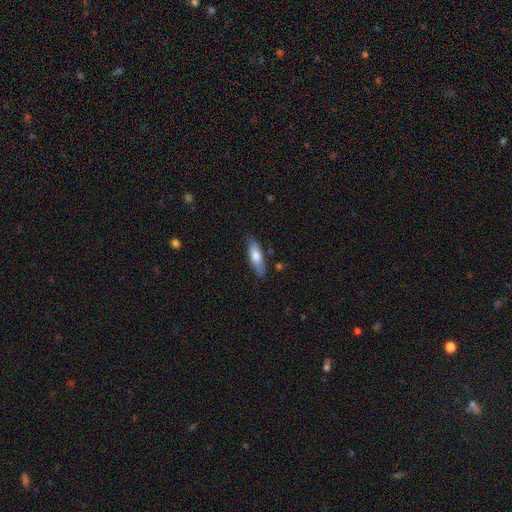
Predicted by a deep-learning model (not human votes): Smooth or featured: smooth — 73% (featured or disk — 21%)
How rounded: in between — 56% (cigar-shaped — 42%)
Merging: none — 78% (minor disturbance — 16%)